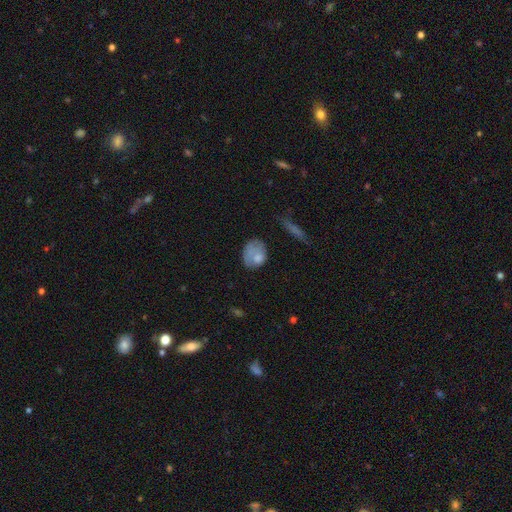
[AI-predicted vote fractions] Smooth or featured: smooth — 71% (featured or disk — 21%)
How rounded: in between — 61% (round — 37%)
Merging: none — 47% (minor disturbance — 31%)